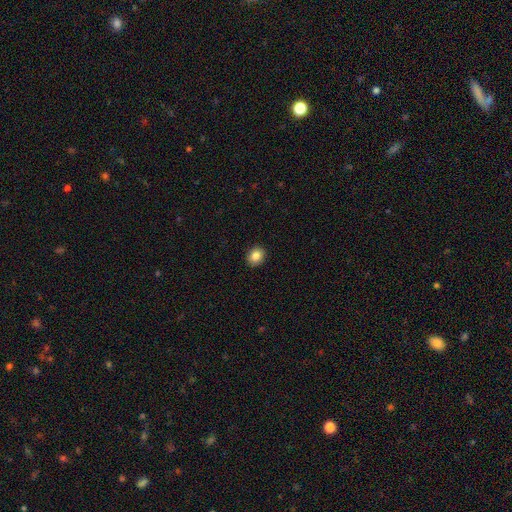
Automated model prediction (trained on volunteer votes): smooth-or-featured: smooth: 85% | star or artifact: 9% | featured or disk: 6%
  how-rounded: round: 68% | in between: 31% | cigar-shaped: 1%
  merging: none: 91% | minor disturbance: 6% | major disturbance: 2% | merger: 1%